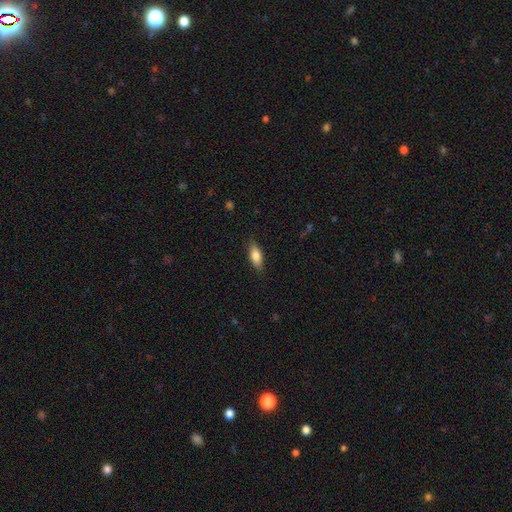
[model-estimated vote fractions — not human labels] Smooth or featured? Predicted: smooth (p=0.77). How rounded? Predicted: in between (p=0.77). Merging? Predicted: none (p=0.83).